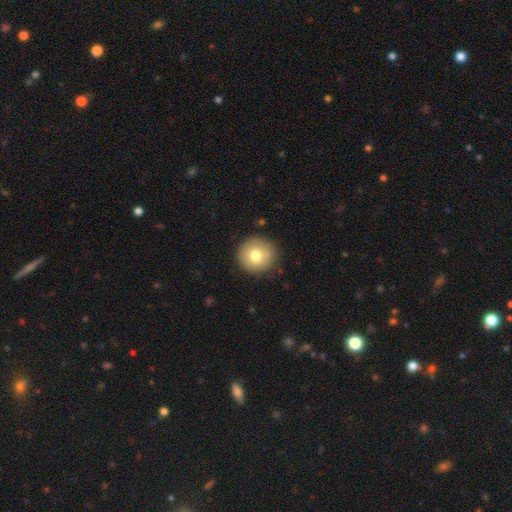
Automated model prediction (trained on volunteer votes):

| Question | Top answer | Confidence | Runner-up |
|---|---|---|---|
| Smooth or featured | smooth | 76% | featured or disk (15%) |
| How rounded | round | 95% | in between (4%) |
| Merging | none | 89% | minor disturbance (8%) |